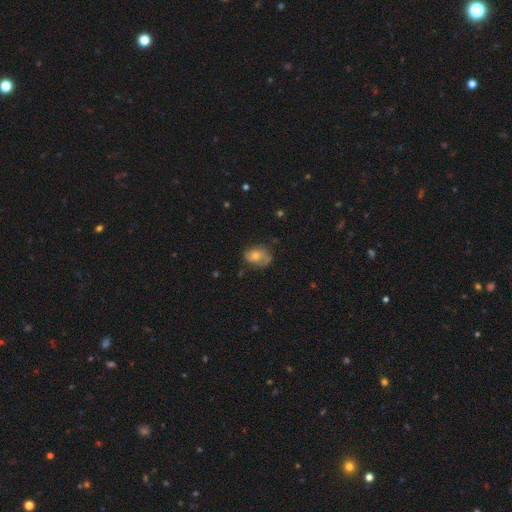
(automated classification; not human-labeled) smooth_or_featured: smooth (p=0.50) [alt: featured or disk p=0.38]
how_rounded: in between (p=0.69) [alt: round p=0.30]
merging: none (p=0.55) [alt: minor disturbance p=0.30]